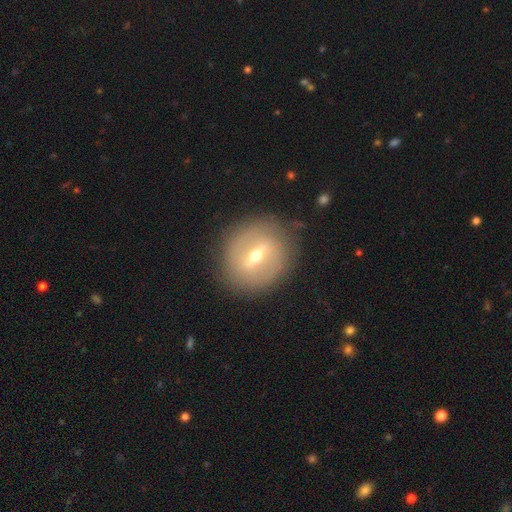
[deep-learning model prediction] smooth_or_featured: featured or disk (p=0.66) [alt: smooth p=0.26]
disk_edge_on: no (p=0.80) [alt: yes p=0.20]
bar: strong (p=0.52) [alt: weak p=0.38]
has_spiral_arms: no (p=0.72) [alt: yes p=0.28]
bulge_size: moderate (p=0.62) [alt: small p=0.32]
merging: none (p=0.83) [alt: minor disturbance p=0.11]